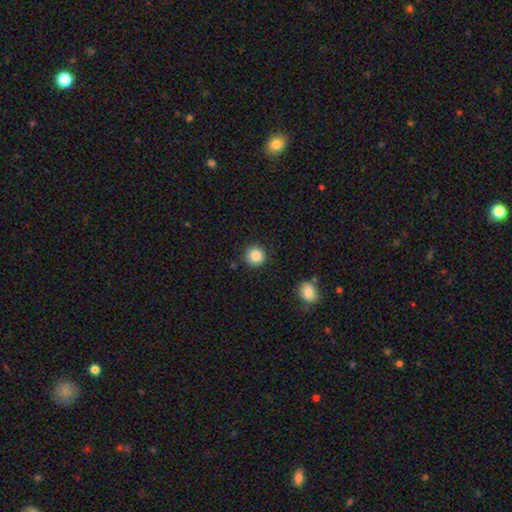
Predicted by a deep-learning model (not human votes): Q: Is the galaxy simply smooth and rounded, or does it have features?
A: smooth — 87%.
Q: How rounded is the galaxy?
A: round — 94%.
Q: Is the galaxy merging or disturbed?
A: none — 90%.